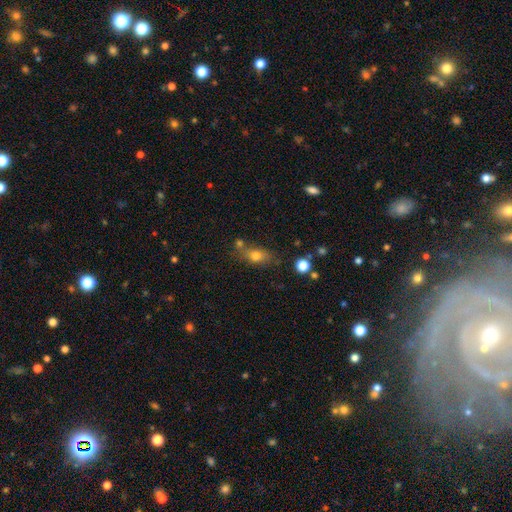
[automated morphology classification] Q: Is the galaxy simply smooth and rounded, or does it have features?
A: smooth — 74%.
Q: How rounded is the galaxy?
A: in between — 72%.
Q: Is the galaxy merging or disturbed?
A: none — 57%.